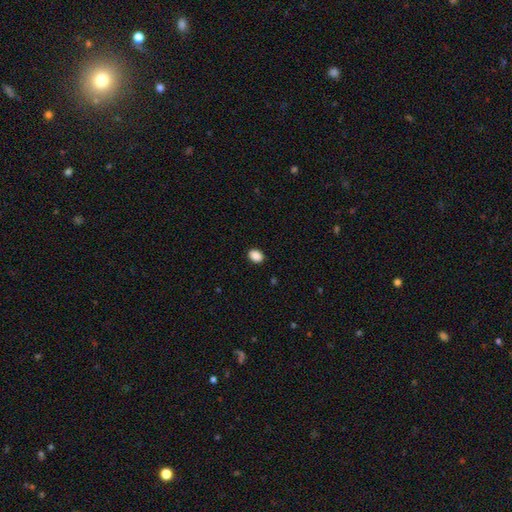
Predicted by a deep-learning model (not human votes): Smooth or featured: smooth — 89% (star or artifact — 8%)
How rounded: in between — 70% (round — 29%)
Merging: none — 90% (minor disturbance — 7%)